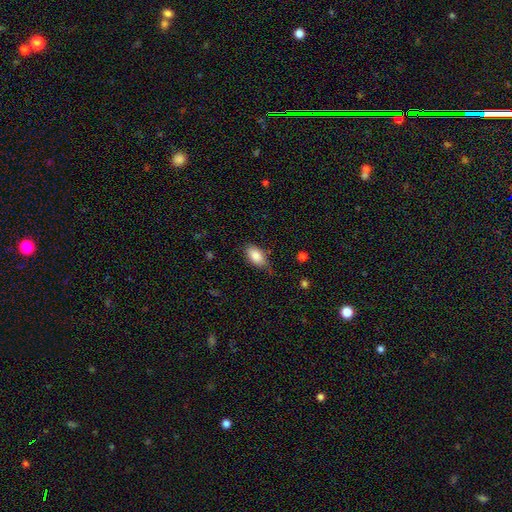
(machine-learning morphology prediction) type=smooth (83%); roundness=in between (91%); merging=none (62%).